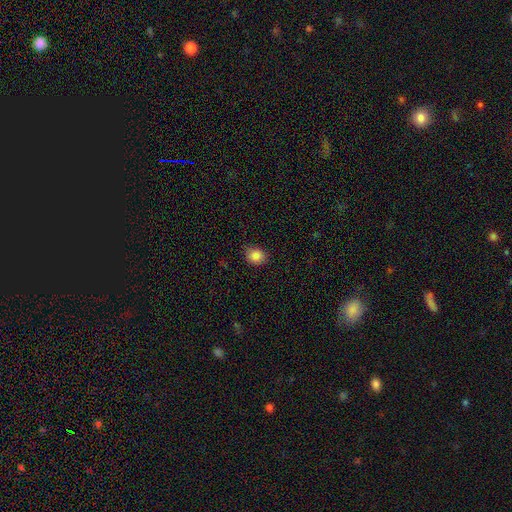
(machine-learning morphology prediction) smooth 86%, star or artifact 10%, featured or disk 4%. Down the decision tree: how rounded — round (63%); merging — none (83%).